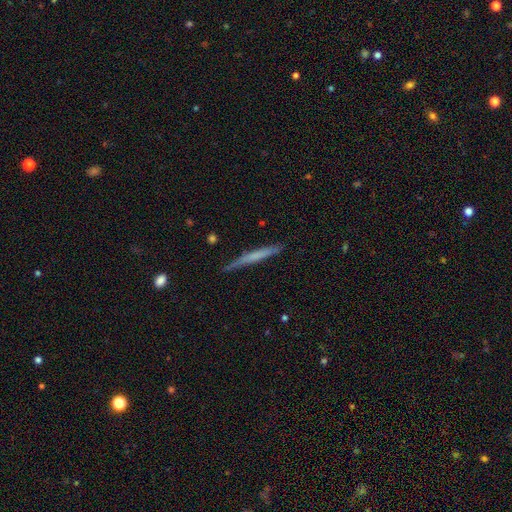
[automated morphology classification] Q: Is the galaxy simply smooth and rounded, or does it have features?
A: smooth — 51%.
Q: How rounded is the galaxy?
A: cigar-shaped — 96%.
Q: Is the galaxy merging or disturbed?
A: none — 83%.